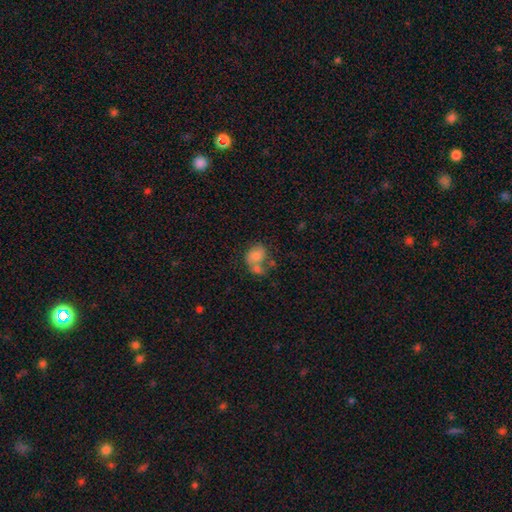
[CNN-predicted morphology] smooth_or_featured: smooth (p=0.72) [alt: featured or disk p=0.18]
how_rounded: in between (p=0.58) [alt: round p=0.41]
merging: merger (p=0.46) [alt: none p=0.29]